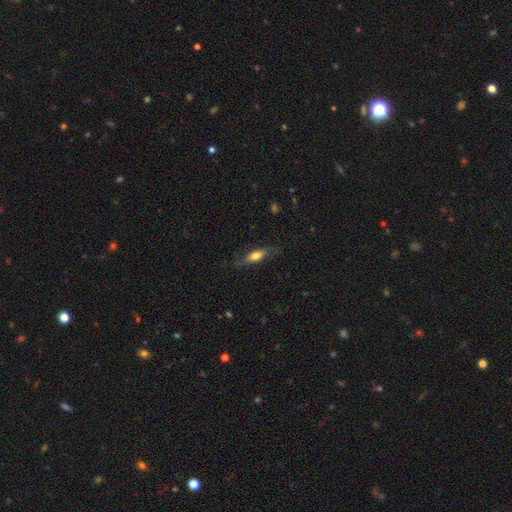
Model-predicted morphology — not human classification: smooth_or_featured: smooth (p=0.63) [alt: featured or disk p=0.31]
how_rounded: in between (p=0.59) [alt: cigar-shaped p=0.38]
merging: none (p=0.72) [alt: minor disturbance p=0.20]